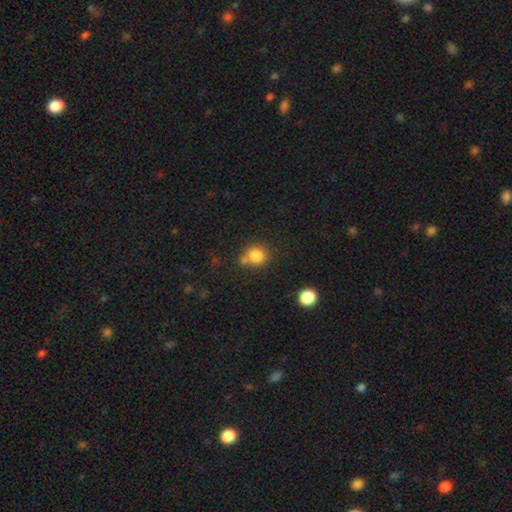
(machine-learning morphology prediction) A smooth galaxy with no disk features (82%) that is round (87%).

Vote fractions:
- Smooth or featured? smooth: 82% / star or artifact: 11% / featured or disk: 6%
- How rounded? round: 87% / in between: 13% / cigar-shaped: 1%
- Merging? none: 60% / merger: 21% / minor disturbance: 15% / major disturbance: 5%